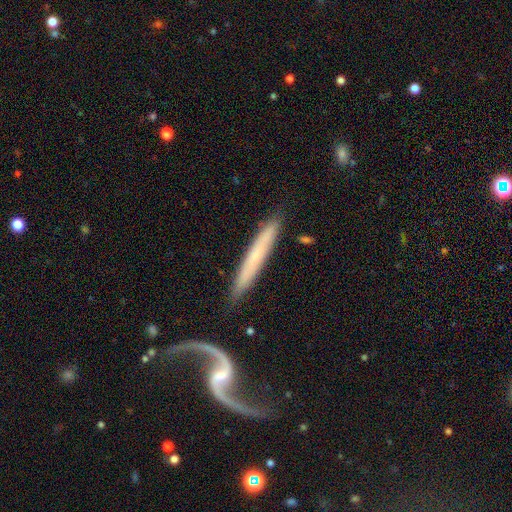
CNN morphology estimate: smooth-or-featured: featured or disk: 53% | smooth: 41% | star or artifact: 6%
  disk-edge-on: yes: 75% | no: 25%
  merging: none: 82% | minor disturbance: 11% | merger: 4% | major disturbance: 4%